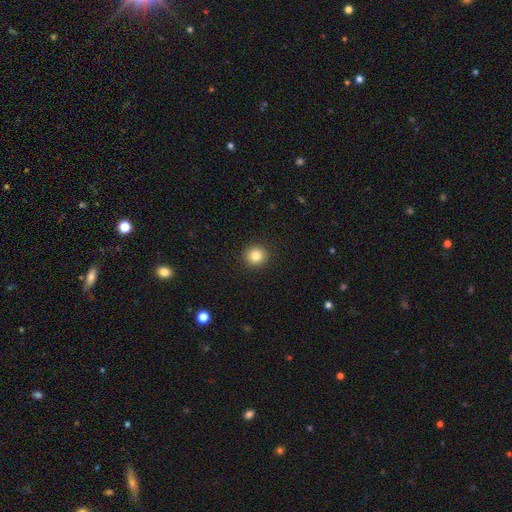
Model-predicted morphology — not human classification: type=smooth (84%); roundness=round (90%); merging=none (92%).